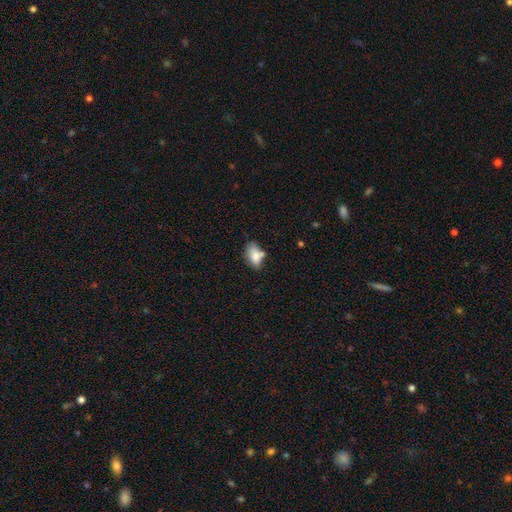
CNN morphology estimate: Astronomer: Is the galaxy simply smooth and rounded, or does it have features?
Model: smooth — 78%.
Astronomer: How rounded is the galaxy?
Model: in between — 88%.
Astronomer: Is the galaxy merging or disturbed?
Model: none — 51%.